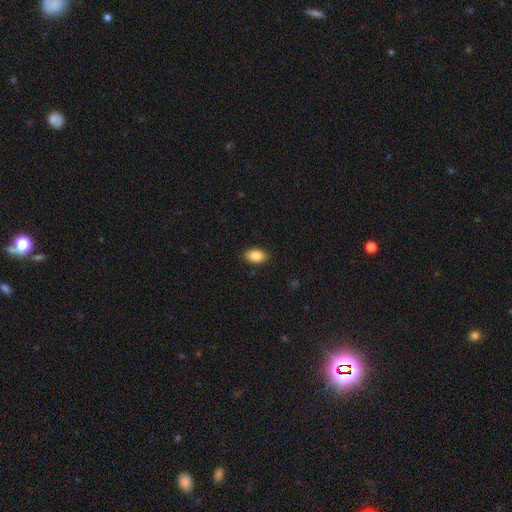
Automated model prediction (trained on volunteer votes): A smooth galaxy with no disk features (85%) that is in between round and cigar-shaped (89%). Merging: none (88%).